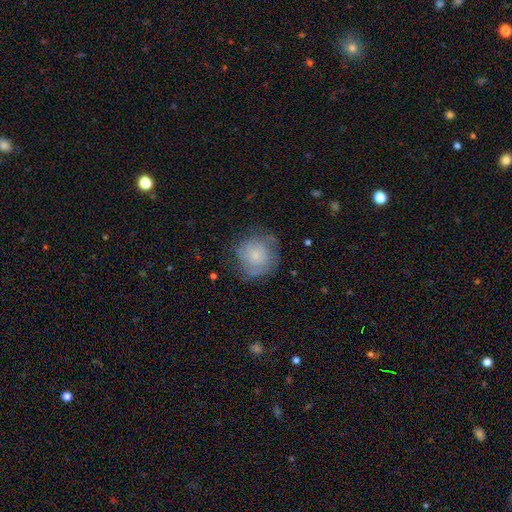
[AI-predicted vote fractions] smooth-or-featured: smooth: 50% | featured or disk: 42% | star or artifact: 8%
  merging: none: 65% | minor disturbance: 23% | major disturbance: 11% | merger: 2%